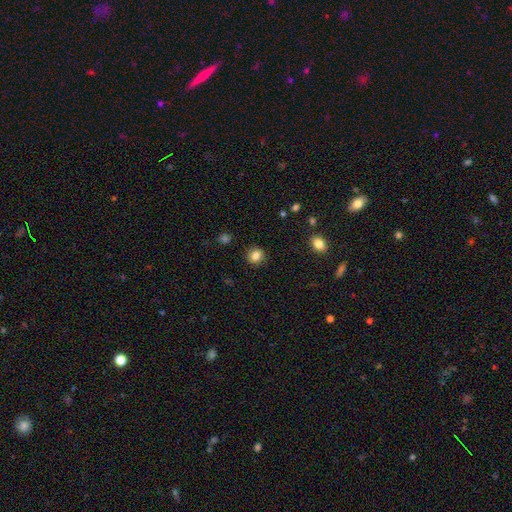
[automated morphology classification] This appears to be a smooth galaxy with no disk features (84%) that is round (82%). Merging: none (89%).